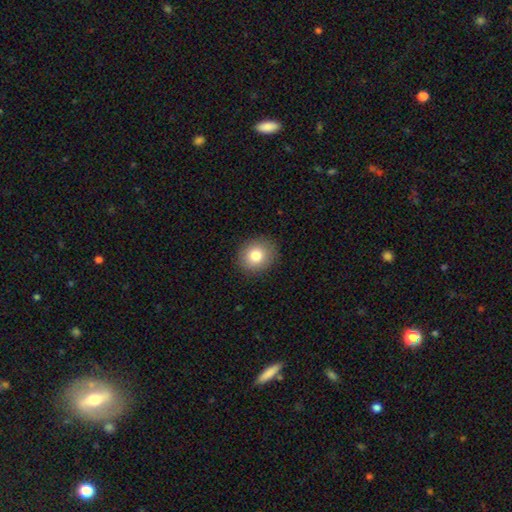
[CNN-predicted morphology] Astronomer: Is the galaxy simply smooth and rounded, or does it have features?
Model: smooth — 81%.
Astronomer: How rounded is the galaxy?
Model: round — 76%.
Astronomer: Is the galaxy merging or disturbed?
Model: none — 90%.